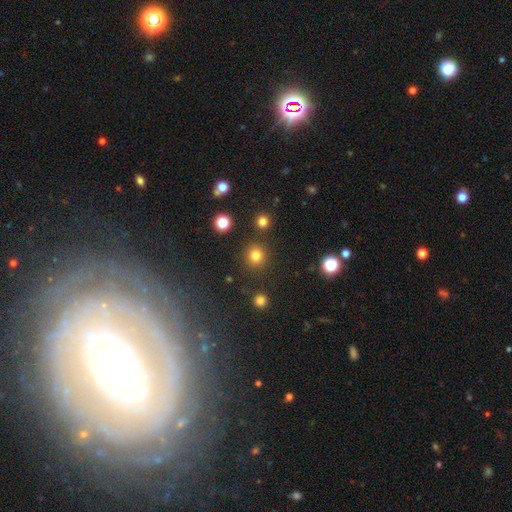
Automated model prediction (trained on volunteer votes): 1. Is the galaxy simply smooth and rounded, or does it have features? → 80% smooth, 15% star or artifact, 5% featured or disk.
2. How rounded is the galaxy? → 93% round, 6% in between, 1% cigar-shaped.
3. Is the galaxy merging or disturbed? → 88% none, 6% minor disturbance, 3% merger, 3% major disturbance.